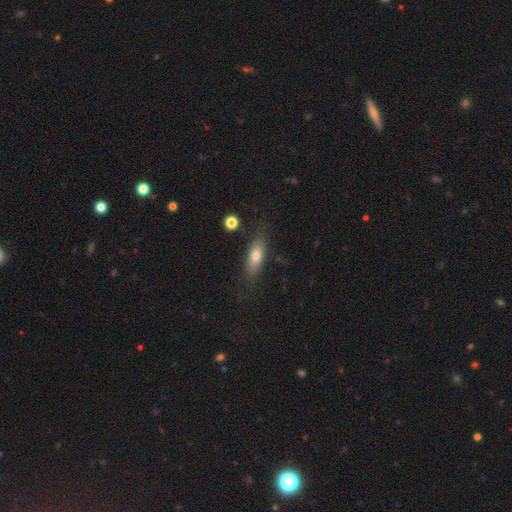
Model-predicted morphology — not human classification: smooth_or_featured: smooth (p=0.69) [alt: featured or disk p=0.22]
how_rounded: in between (p=0.57) [alt: cigar-shaped p=0.40]
merging: none (p=0.78) [alt: minor disturbance p=0.15]